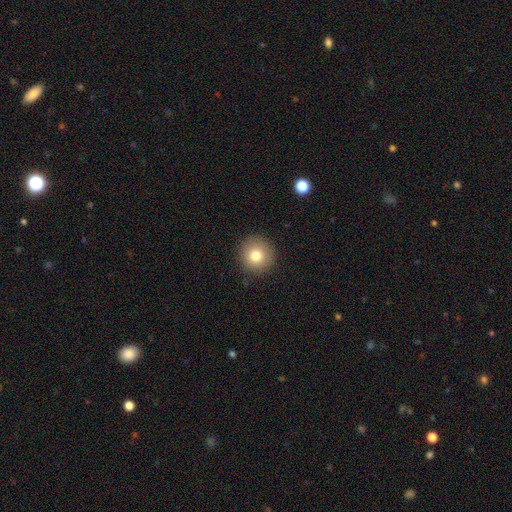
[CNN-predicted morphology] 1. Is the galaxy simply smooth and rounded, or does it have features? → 79% smooth, 11% star or artifact, 10% featured or disk.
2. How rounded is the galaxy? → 94% round, 5% in between, 1% cigar-shaped.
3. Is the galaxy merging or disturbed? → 90% none, 6% minor disturbance, 2% major disturbance, 1% merger.